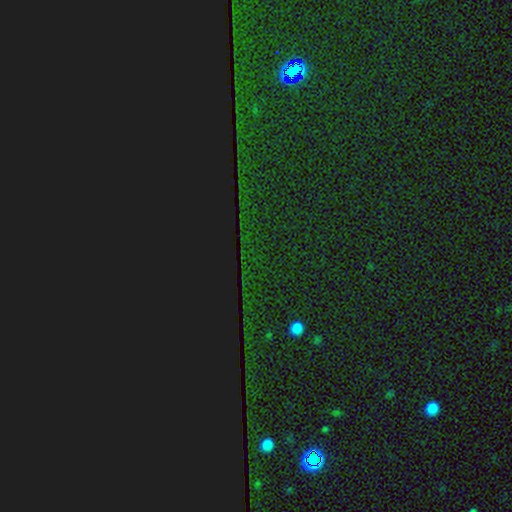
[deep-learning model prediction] star or artifact 85%, smooth 9%, featured or disk 7%.